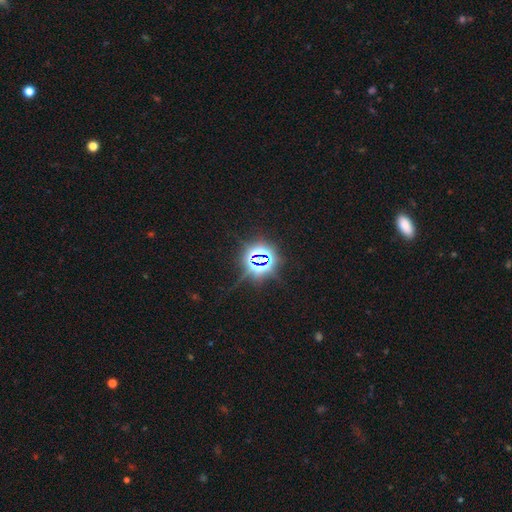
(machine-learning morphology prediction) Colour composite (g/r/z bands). It shows a star or artifact, not a galaxy (82%).